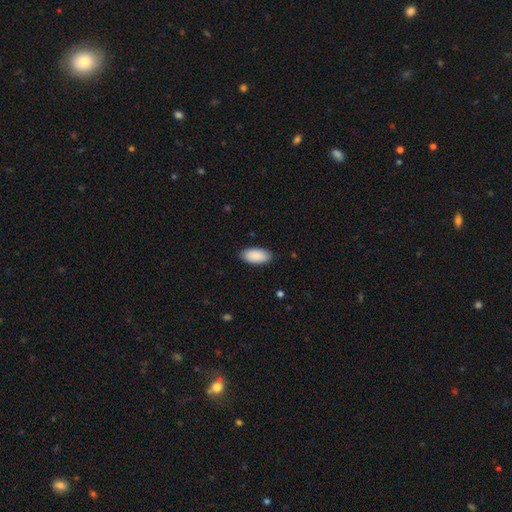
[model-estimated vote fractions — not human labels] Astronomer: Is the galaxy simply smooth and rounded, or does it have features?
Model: smooth — 91%.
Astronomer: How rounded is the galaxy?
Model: in between — 94%.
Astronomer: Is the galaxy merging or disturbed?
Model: none — 88%.